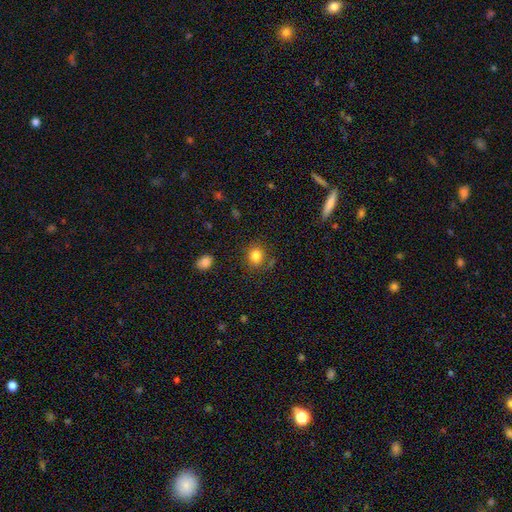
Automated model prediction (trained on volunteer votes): This is clearly a smooth galaxy (83%). How rounded: likely round (73%). Merging: clearly none (81%).